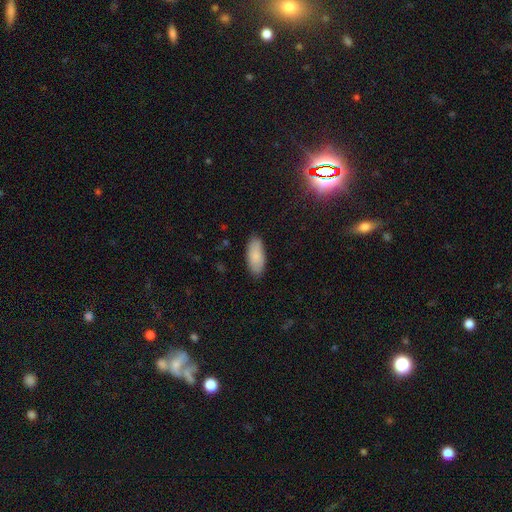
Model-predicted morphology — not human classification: type=smooth (86%); roundness=in between (87%); merging=none (86%).